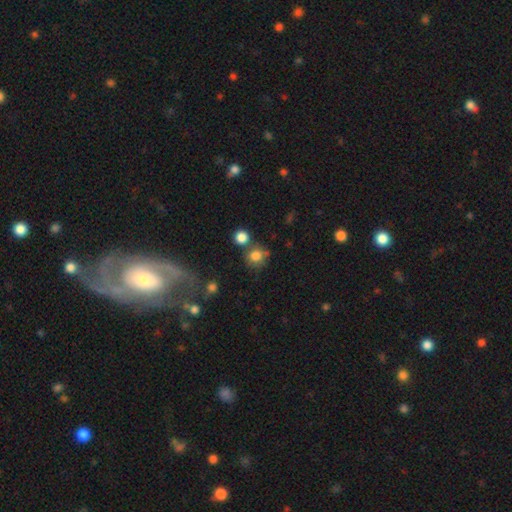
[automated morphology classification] Overall: smooth (80%). How rounded: round (84%). Merging: none (62%).